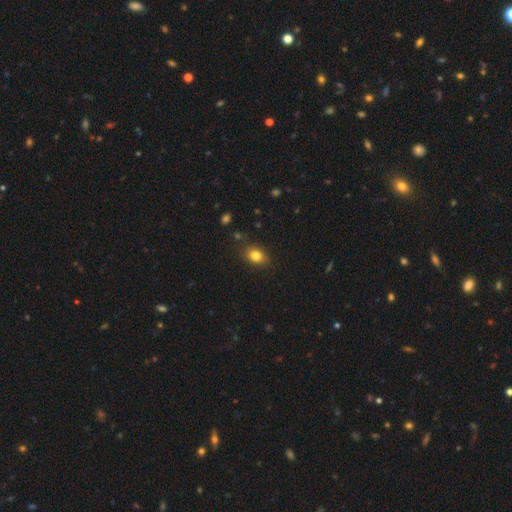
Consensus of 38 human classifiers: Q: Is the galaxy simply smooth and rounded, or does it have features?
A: smooth — 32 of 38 (84%).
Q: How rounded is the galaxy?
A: in between — 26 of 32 (81%).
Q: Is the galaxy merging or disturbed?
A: none — 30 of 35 (86%).